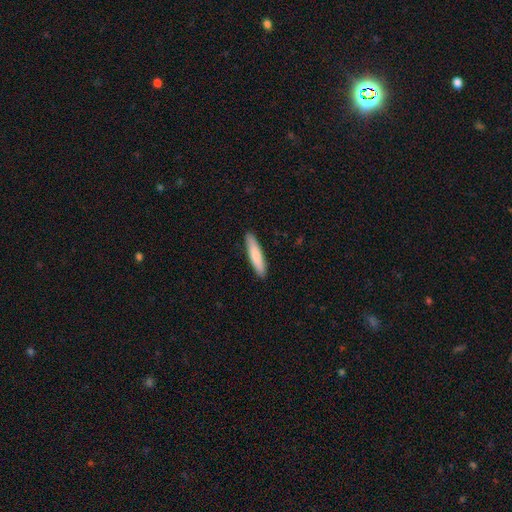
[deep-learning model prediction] Smooth or featured? smooth (80%)
How rounded? cigar-shaped (86%)
Merging? none (90%)